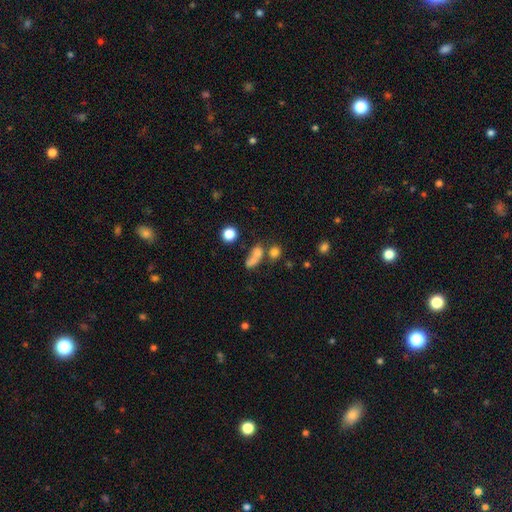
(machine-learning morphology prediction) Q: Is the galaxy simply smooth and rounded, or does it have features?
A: smooth — 69%.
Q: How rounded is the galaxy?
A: in between — 49%.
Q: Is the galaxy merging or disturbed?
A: merger — 38%.